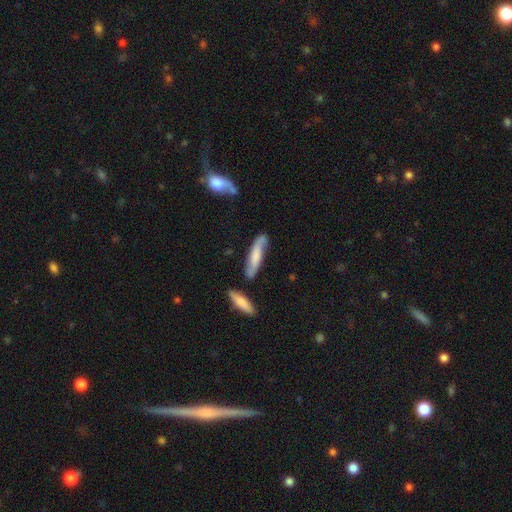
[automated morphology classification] This is possibly a featured or disk galaxy (48%). Merging: likely none (69%).